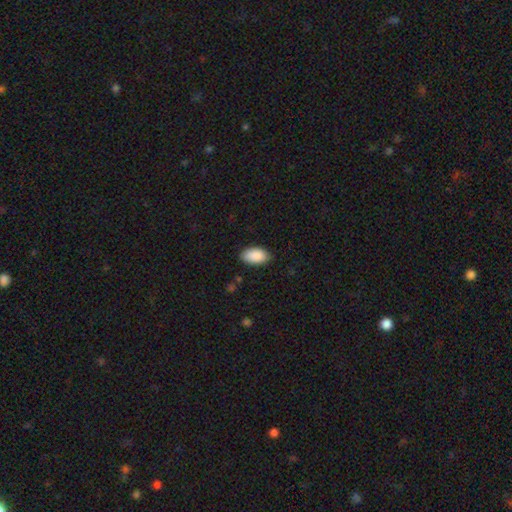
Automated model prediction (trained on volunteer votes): smooth 90%, star or artifact 6%, featured or disk 3%. Down the decision tree: how rounded — in between (95%); merging — none (83%).